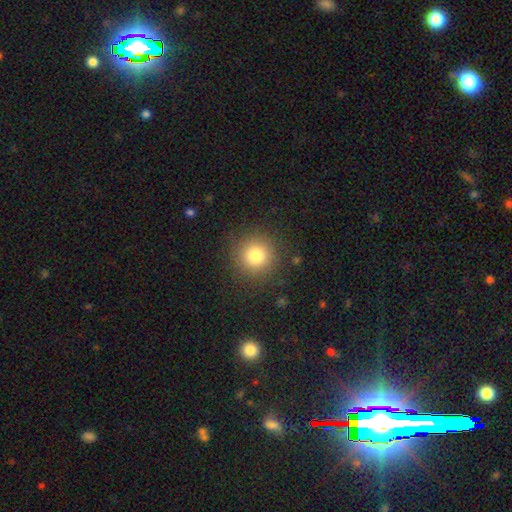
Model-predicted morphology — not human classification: Smooth or featured: smooth — 80% (star or artifact — 12%)
How rounded: round — 95% (in between — 5%)
Merging: none — 89% (minor disturbance — 7%)